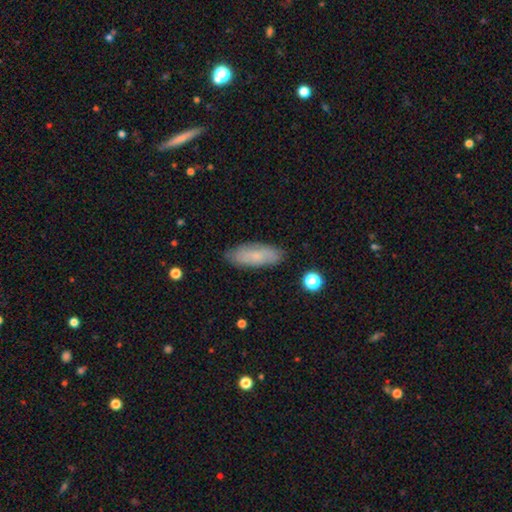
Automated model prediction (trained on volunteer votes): Smooth or featured: smooth — 64% (featured or disk — 28%)
How rounded: in between — 68% (cigar-shaped — 30%)
Merging: none — 85% (minor disturbance — 12%)